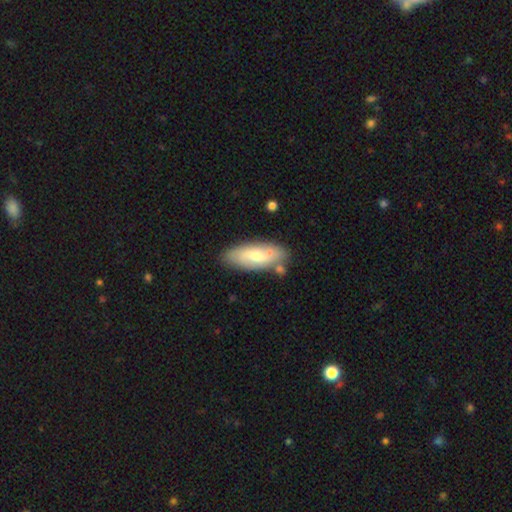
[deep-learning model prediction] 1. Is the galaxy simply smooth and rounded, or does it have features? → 51% smooth, 43% featured or disk, 6% star or artifact.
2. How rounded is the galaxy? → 76% in between, 22% cigar-shaped, 2% round.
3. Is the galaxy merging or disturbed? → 72% none, 16% minor disturbance, 9% merger, 3% major disturbance.